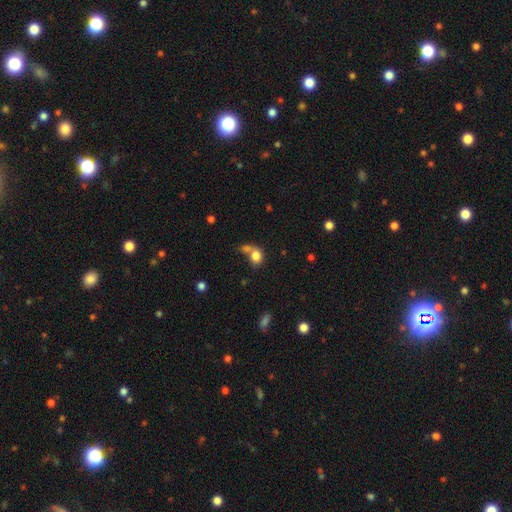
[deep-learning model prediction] The model was most divided on "merging": merger: 45%, none: 35%, minor disturbance: 12%, major disturbance: 8%. More confident: smooth or featured — smooth (80%); how rounded — round (54%).